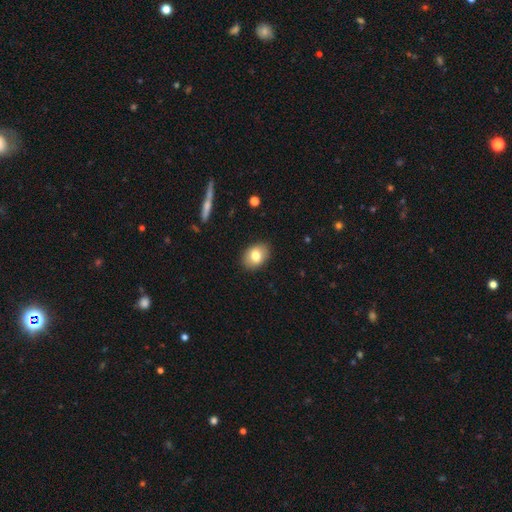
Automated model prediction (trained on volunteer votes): Smooth or featured?
  - smooth: 78% *
  - featured or disk: 14%
  - star or artifact: 8%
How rounded?
  - in between: 72% *
  - round: 27%
  - cigar-shaped: 1%
Merging?
  - none: 88% *
  - minor disturbance: 8%
  - major disturbance: 2%
  - merger: 1%